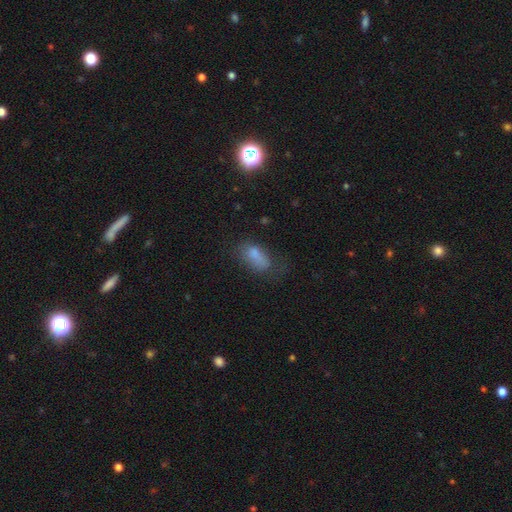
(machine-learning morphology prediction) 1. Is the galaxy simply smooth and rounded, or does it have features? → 73% smooth, 14% featured or disk, 12% star or artifact.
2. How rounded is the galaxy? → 88% in between, 6% round, 6% cigar-shaped.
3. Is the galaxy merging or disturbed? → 38% none, 27% minor disturbance, 26% major disturbance, 9% merger.